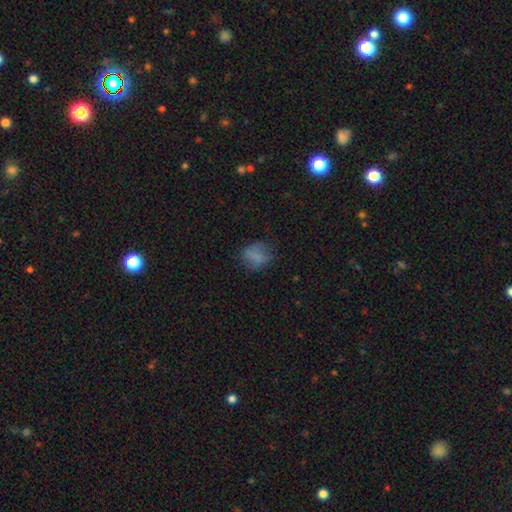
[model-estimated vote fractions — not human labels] This is likely a smooth galaxy (73%). How rounded: possibly round (53%). Merging: likely none (61%).